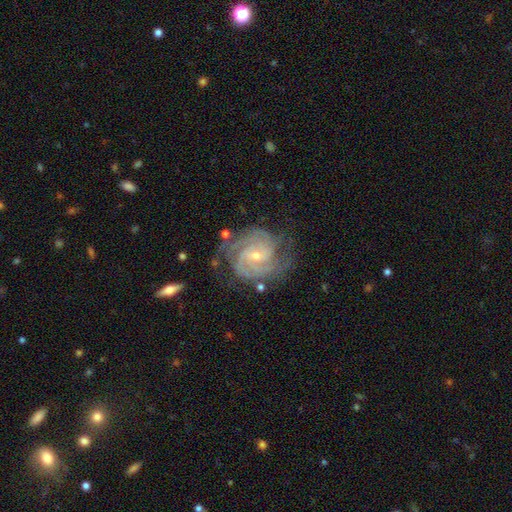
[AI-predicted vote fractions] Overall: featured or disk (90%). Edge-on disk: no (98%). Bar: weak (44%, tied with no). Spiral arms: yes (98%). Spiral arm count: 3 (29%; 2 28%). Spiral winding: tight (66%; medium 30%). Bulge size: small (68%; moderate 29%). Merging: none (68%).